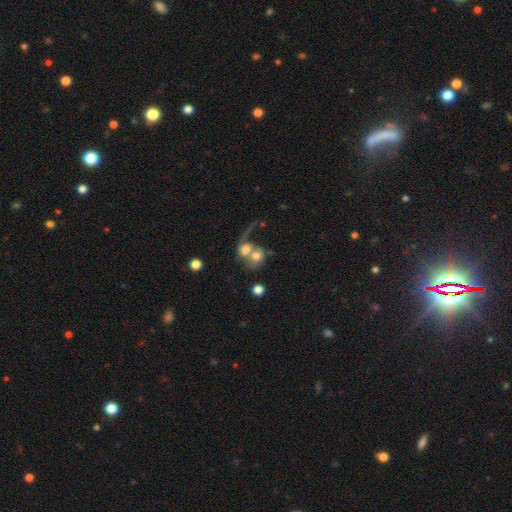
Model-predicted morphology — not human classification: The model was most divided on "smooth or featured": smooth: 57%, featured or disk: 33%, star or artifact: 10%. More confident: merging — merger (70%); how rounded — round (67%).